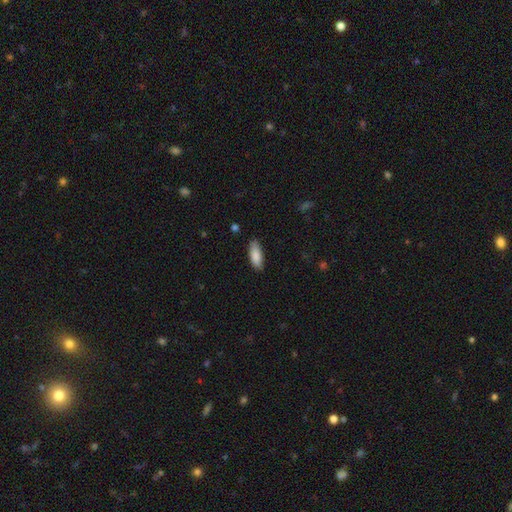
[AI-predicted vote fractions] Q: Smooth or featured?
A: smooth (88%); runner-up: featured or disk (7%)
Q: How rounded?
A: in between (73%); runner-up: cigar-shaped (26%)
Q: Merging?
A: none (81%); runner-up: minor disturbance (15%)